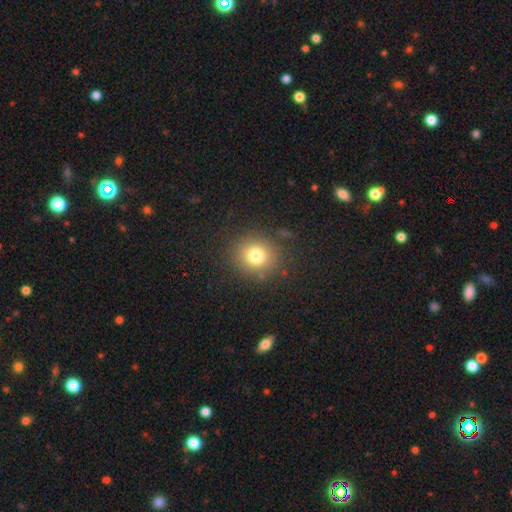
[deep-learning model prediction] Smooth or featured?
  - smooth: 77% *
  - star or artifact: 14%
  - featured or disk: 9%
How rounded?
  - round: 83% *
  - in between: 16%
  - cigar-shaped: 1%
Merging?
  - none: 86% *
  - minor disturbance: 9%
  - major disturbance: 4%
  - merger: 2%